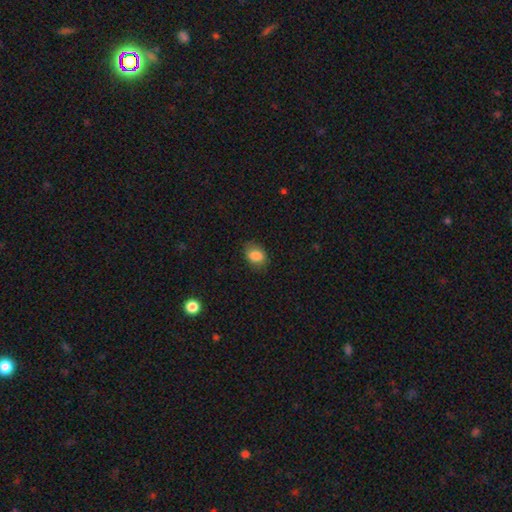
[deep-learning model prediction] A smooth galaxy with no disk features (84%) that is in between round and cigar-shaped (70%).

Vote fractions:
- Smooth or featured? smooth: 84% / star or artifact: 9% / featured or disk: 7%
- How rounded? in between: 70% / round: 29% / cigar-shaped: 1%
- Merging? none: 78% / minor disturbance: 17% / major disturbance: 4% / merger: 1%